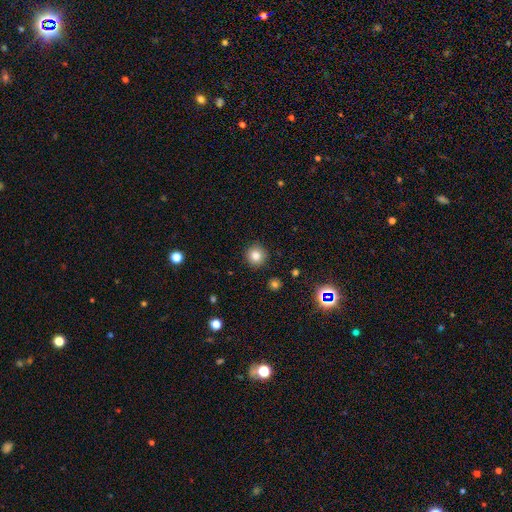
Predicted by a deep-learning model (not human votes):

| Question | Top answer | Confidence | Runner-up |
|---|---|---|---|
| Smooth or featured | smooth | 81% | star or artifact (12%) |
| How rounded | round | 94% | in between (5%) |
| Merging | none | 92% | minor disturbance (5%) |